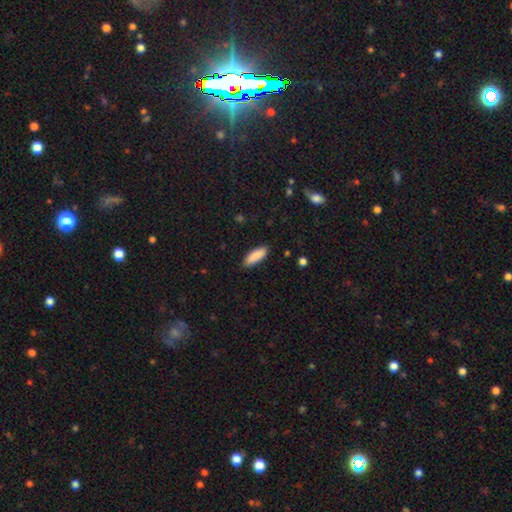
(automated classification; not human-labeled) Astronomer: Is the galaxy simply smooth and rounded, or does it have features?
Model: smooth — 89%.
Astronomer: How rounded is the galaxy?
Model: in between — 65%.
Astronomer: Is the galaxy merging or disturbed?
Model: none — 87%.